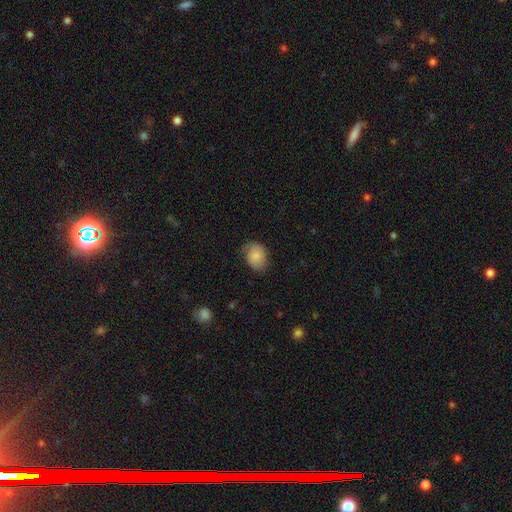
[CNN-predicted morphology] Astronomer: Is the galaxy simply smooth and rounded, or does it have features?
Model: smooth — 75%.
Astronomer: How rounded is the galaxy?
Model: in between — 60% (runner-up: round, 39%).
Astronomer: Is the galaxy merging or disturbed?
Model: none — 58%.